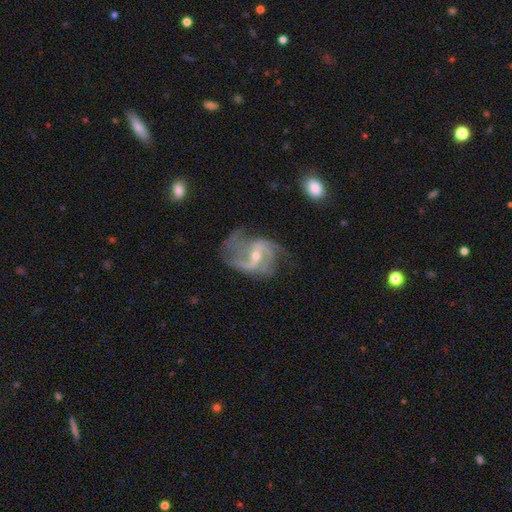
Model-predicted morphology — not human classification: Q: Smooth or featured?
A: featured or disk (89%); runner-up: star or artifact (6%)
Q: Edge-on disk?
A: no (98%); runner-up: yes (2%)
Q: Bar?
A: weak (46%); runner-up: no (29%)
Q: Spiral arms?
A: yes (97%); runner-up: no (3%)
Q: Spiral winding?
A: loose (44%); runner-up: medium (43%)
Q: Spiral arm count?
A: 2 (56%); runner-up: 3 (20%)
Q: Bulge size?
A: small (59%); runner-up: moderate (38%)
Q: Merging?
A: none (56%); runner-up: minor disturbance (22%)